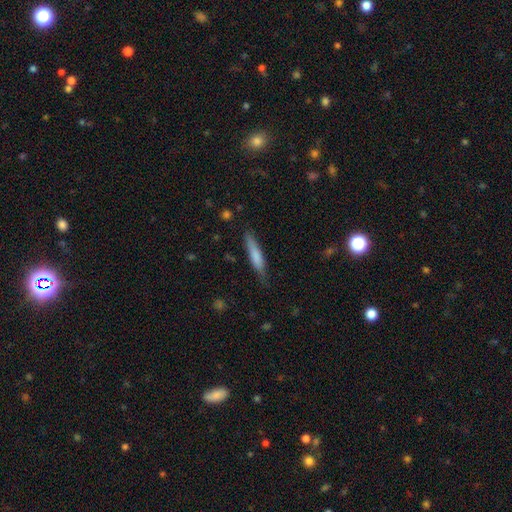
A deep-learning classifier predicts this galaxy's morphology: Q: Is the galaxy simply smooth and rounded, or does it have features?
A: smooth — 72%.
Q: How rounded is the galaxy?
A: cigar-shaped — 88%.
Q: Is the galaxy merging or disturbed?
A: none — 74%.